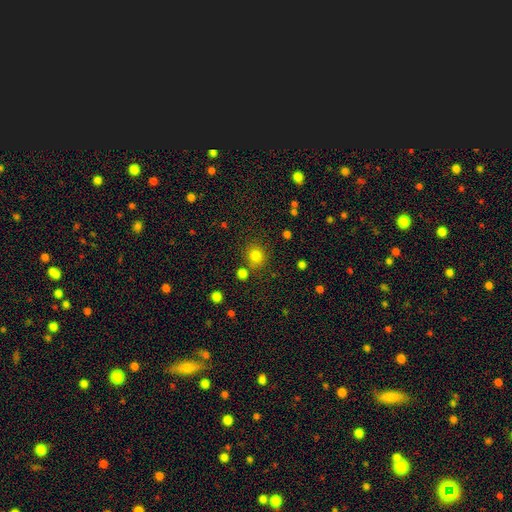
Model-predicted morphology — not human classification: smooth 81%, star or artifact 14%, featured or disk 6%. Down the decision tree: how rounded — round (82%); merging — none (77%).